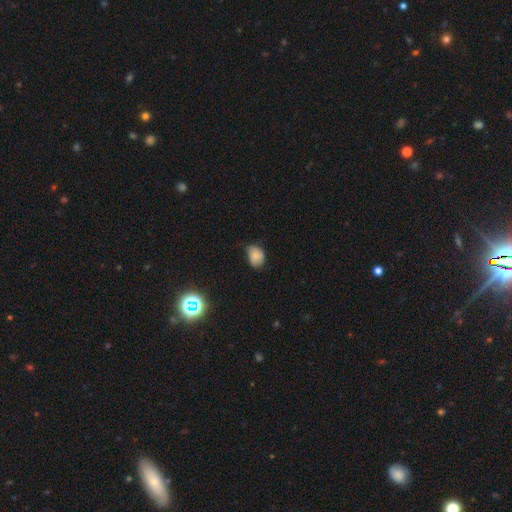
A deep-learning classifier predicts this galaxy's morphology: This appears to be a smooth galaxy with no disk features (76%) that is in between round and cigar-shaped (67%). Merging: none (48%).